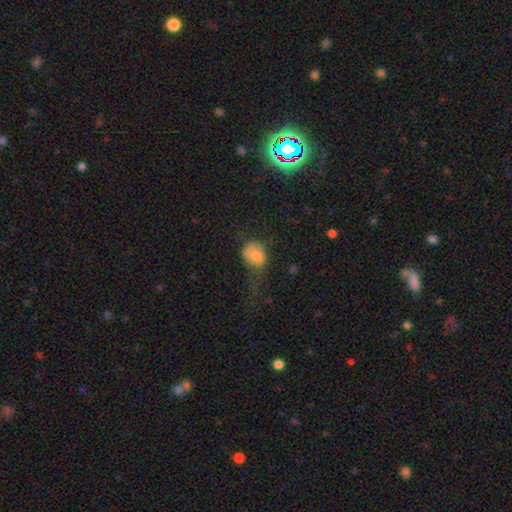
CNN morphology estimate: Q: Smooth or featured?
A: smooth (73%); runner-up: featured or disk (18%)
Q: How rounded?
A: round (54%); runner-up: in between (45%)
Q: Merging?
A: major disturbance (43%); runner-up: minor disturbance (28%)